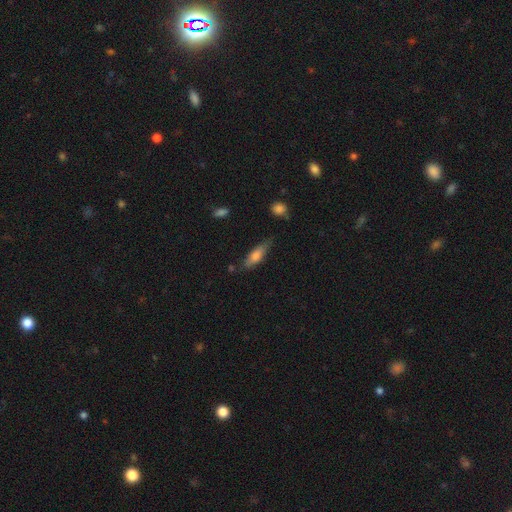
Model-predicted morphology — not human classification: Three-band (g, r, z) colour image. It shows a smooth galaxy with no disk features (69%) that is cigar-shaped (52%). Merging: none (65%).